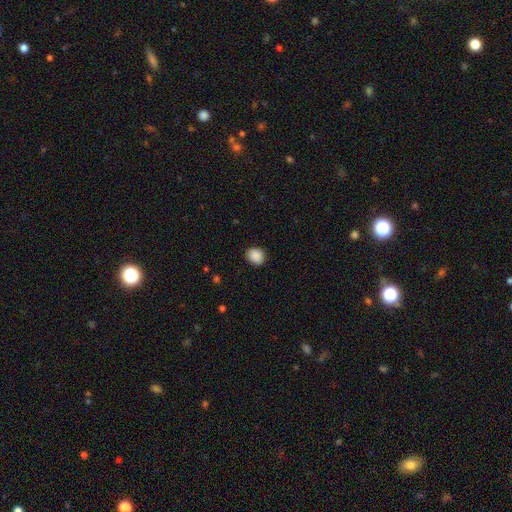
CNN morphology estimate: This appears to be a smooth galaxy with no disk features (89%) that is round (62%). Merging: none (86%).